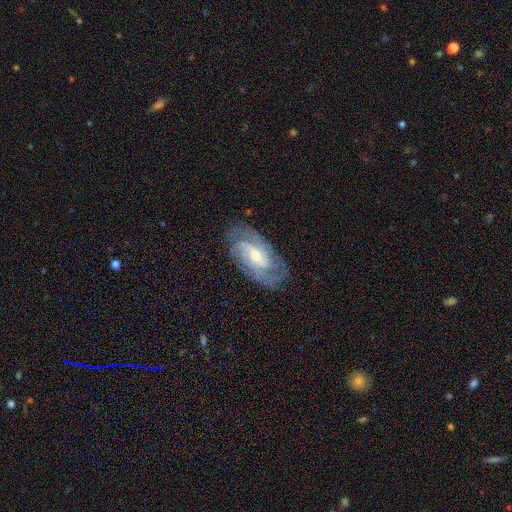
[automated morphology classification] A featured or disk galaxy (83%) with a weak bar (46%), 2 (32%) tight (48%) spiral arms (94%) and a small central bulge (55%).

Vote fractions:
- Smooth or featured? featured or disk: 83% / smooth: 12% / star or artifact: 6%
- Edge-on disk? no: 94% / yes: 6%
- Bar? weak: 46% / no: 33% / strong: 20%
- Spiral arms? yes: 94% / no: 6%
- Spiral winding? tight: 48% / medium: 39% / loose: 13%
- Spiral arm count? 2: 32% / can't tell: 28% / 3: 21% / 4: 10% / 1: 5% / more than 4: 4%
- Bulge size? small: 55% / moderate: 40% / large: 3% / none: 2% / dominant: 1%
- Merging? none: 78% / minor disturbance: 15% / major disturbance: 6% / merger: 1%